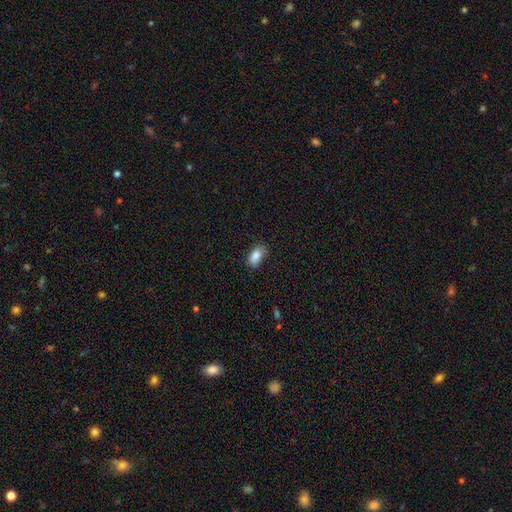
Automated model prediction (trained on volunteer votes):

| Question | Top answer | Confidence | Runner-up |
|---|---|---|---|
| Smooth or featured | smooth | 86% | star or artifact (8%) |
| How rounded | in between | 90% | round (6%) |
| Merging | none | 68% | minor disturbance (25%) |